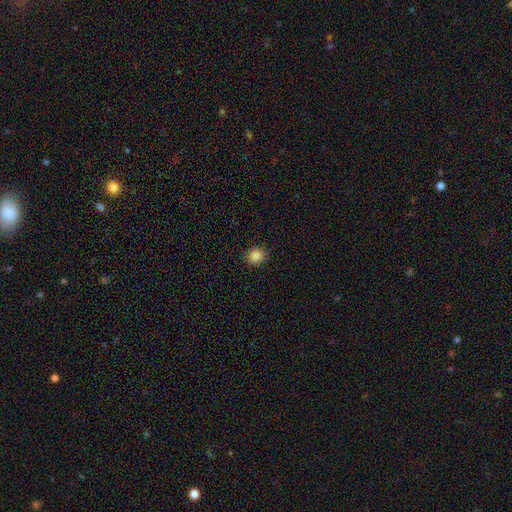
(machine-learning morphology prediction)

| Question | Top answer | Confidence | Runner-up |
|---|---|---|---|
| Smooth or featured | smooth | 85% | star or artifact (11%) |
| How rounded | round | 81% | in between (19%) |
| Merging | none | 87% | minor disturbance (9%) |